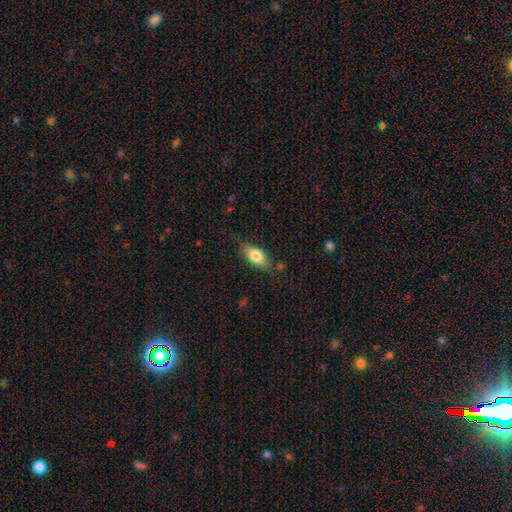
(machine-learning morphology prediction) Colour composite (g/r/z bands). It shows a smooth galaxy with no disk features (79%) that is in between round and cigar-shaped (87%). Merging: none (77%).